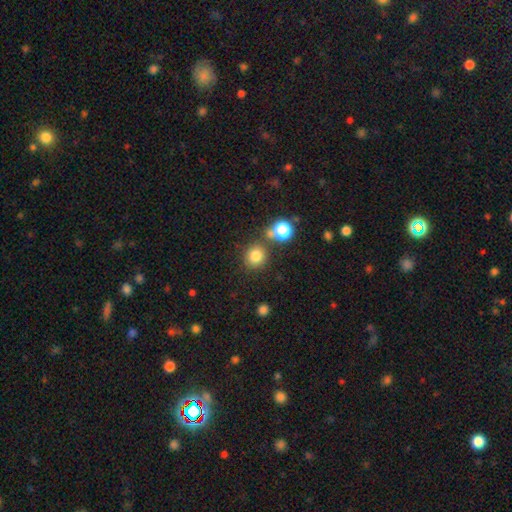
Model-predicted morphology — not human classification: A smooth galaxy with no disk features (80%) that is round (87%). Merging: none (77%).